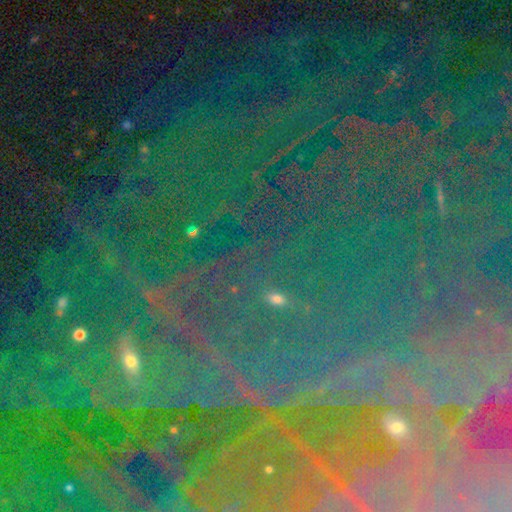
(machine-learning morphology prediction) A star or artifact, not a galaxy (83%).